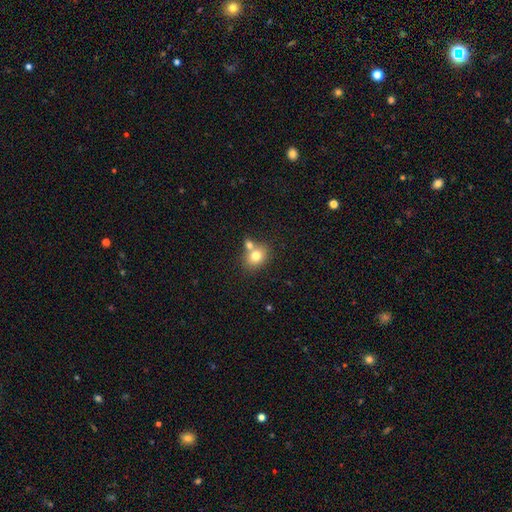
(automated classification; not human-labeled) A smooth galaxy with no disk features (77%) that is round (54%).

Vote fractions:
- Smooth or featured? smooth: 77% / featured or disk: 13% / star or artifact: 11%
- How rounded? round: 54% / in between: 45% / cigar-shaped: 1%
- Merging? none: 53% / merger: 34% / minor disturbance: 10% / major disturbance: 3%